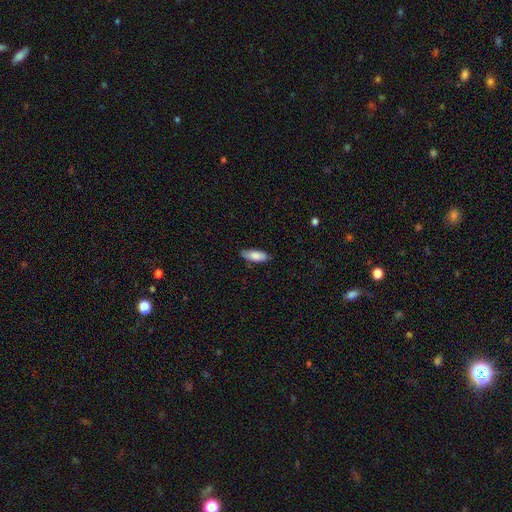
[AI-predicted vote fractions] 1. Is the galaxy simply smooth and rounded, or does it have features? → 82% smooth, 12% featured or disk, 6% star or artifact.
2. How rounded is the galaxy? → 73% in between, 25% cigar-shaped, 2% round.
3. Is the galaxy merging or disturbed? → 81% none, 16% minor disturbance, 3% major disturbance, 1% merger.